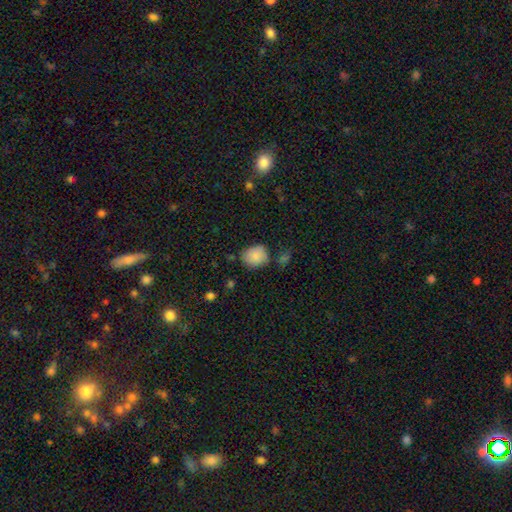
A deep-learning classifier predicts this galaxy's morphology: This appears to be a smooth galaxy with no disk features (87%) that is round (61%). Merging: none (70%).